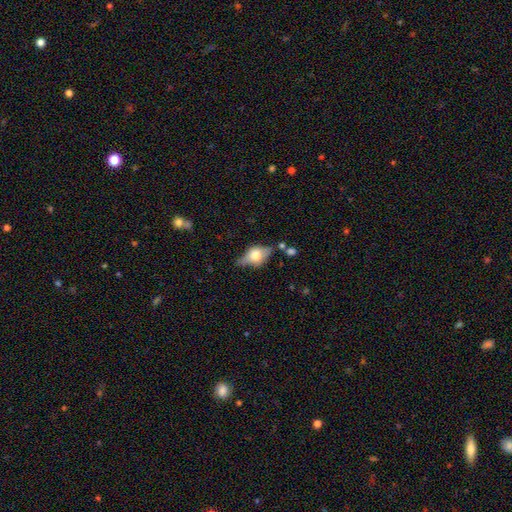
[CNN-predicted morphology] A smooth galaxy with no disk features (46%, tied with featured or disk). Merging: none (61%).